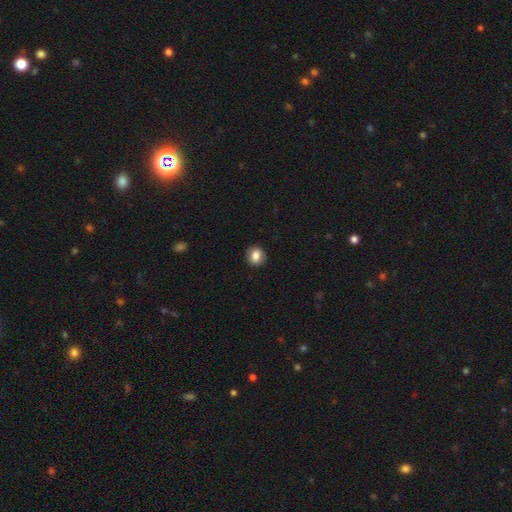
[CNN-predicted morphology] This is clearly a smooth galaxy (83%). How rounded: likely round (77%). Merging: clearly none (89%).